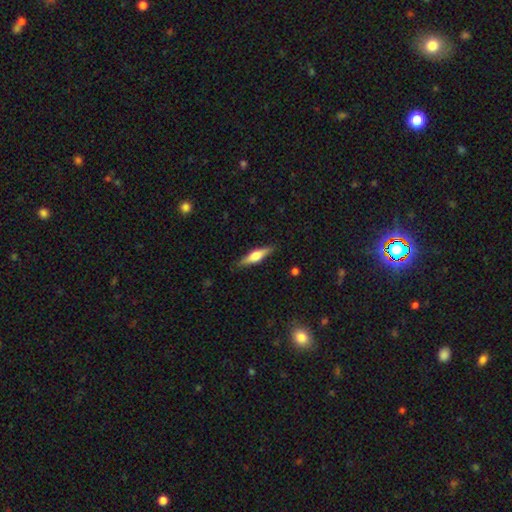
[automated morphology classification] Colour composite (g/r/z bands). It shows a featured or disk galaxy (49%). Merging: none (87%).